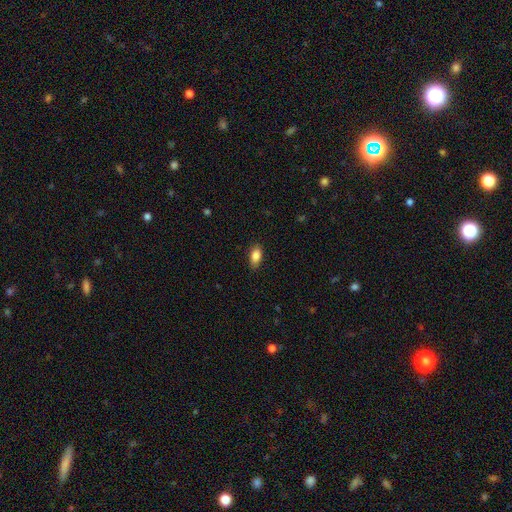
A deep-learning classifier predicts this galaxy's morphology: This appears to be a smooth galaxy with no disk features (86%) that is in between round and cigar-shaped (89%). Merging: none (85%).